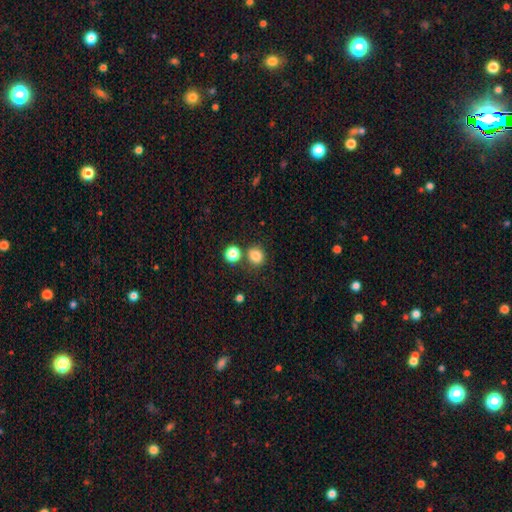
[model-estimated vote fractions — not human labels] Morphology: type=smooth (83%); roundness=round (78%); merging=none (74%).